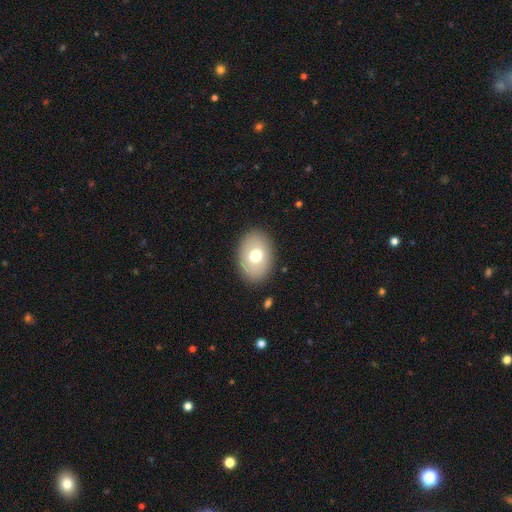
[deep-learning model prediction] This is likely a smooth galaxy (70%). How rounded: likely in between (78%). Merging: clearly none (88%).